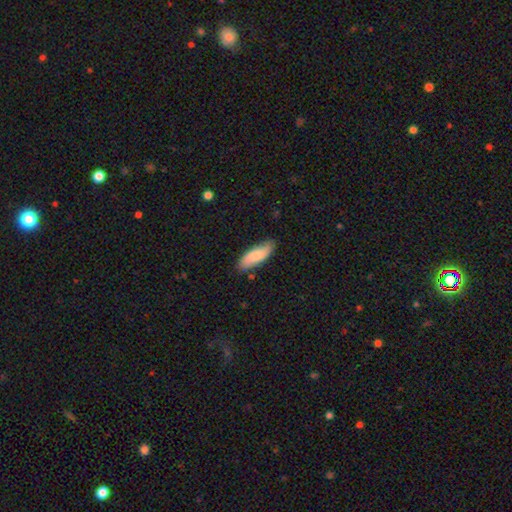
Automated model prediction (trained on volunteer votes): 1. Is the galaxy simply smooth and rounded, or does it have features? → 73% smooth, 21% featured or disk, 6% star or artifact.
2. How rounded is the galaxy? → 67% in between, 32% cigar-shaped, 2% round.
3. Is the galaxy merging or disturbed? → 79% none, 16% minor disturbance, 3% major disturbance, 2% merger.